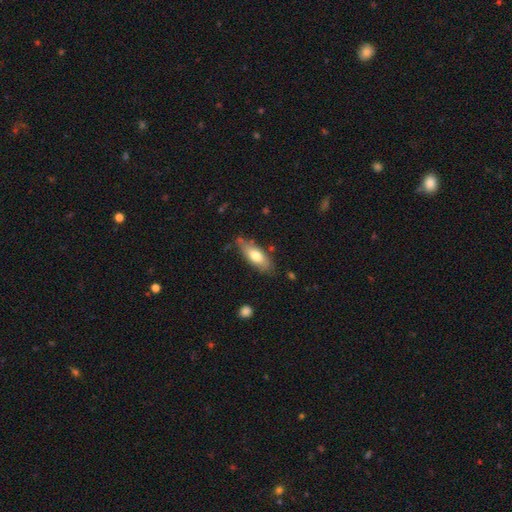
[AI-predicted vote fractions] Overall: smooth (68%). How rounded: in between (68%; cigar-shaped 29%). Merging: none (72%).